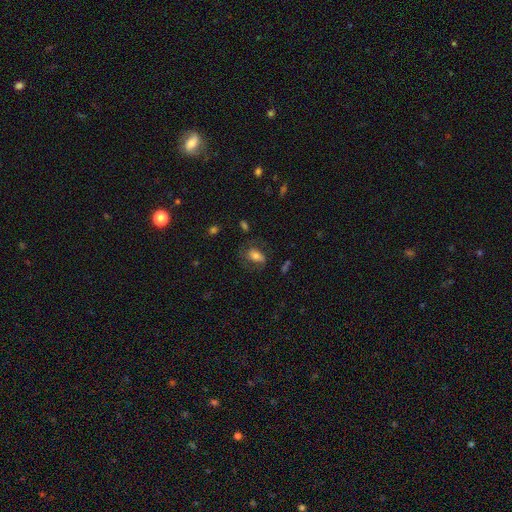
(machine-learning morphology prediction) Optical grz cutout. It shows a smooth galaxy with no disk features (53%) that is in between round and cigar-shaped (79%). Merging: none (56%).